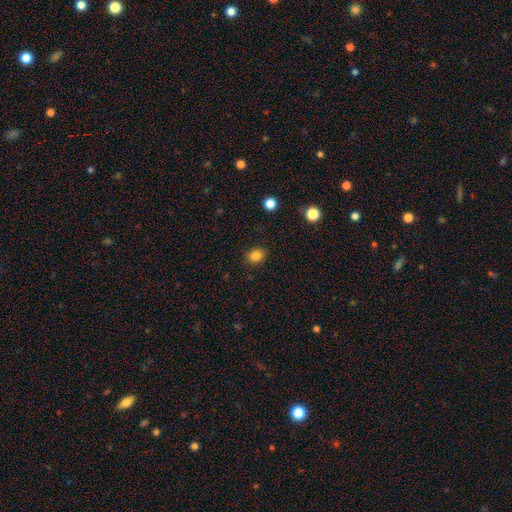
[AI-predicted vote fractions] A smooth galaxy with no disk features (83%) that is round (56%). Merging: none (88%).